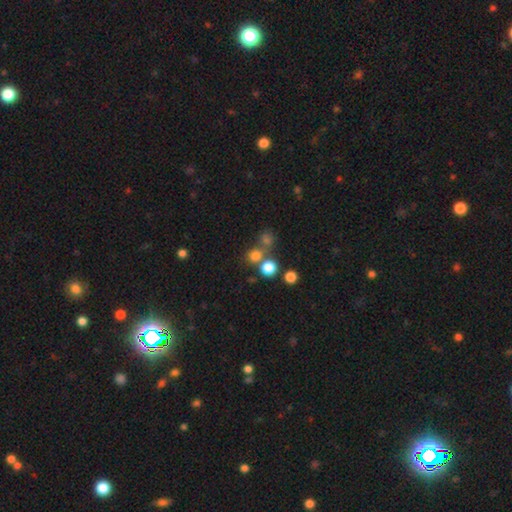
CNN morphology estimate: Smooth or featured: smooth — 73% (star or artifact — 20%)
How rounded: round — 84% (in between — 15%)
Merging: none — 62% (merger — 26%)